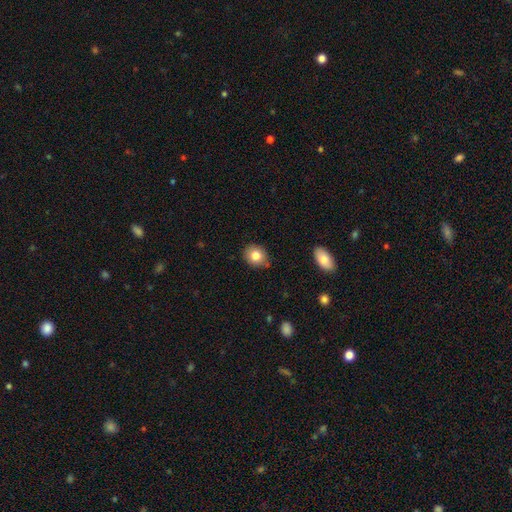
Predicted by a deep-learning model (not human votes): smooth 82%, featured or disk 9%, star or artifact 9%. Down the decision tree: how rounded — round (66%); merging — none (82%).